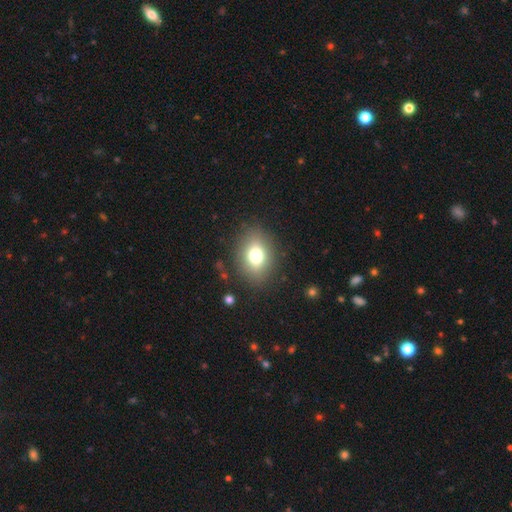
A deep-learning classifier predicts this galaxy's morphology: smooth-or-featured: smooth: 74% | featured or disk: 14% | star or artifact: 12%
  how-rounded: in between: 60% | round: 39% | cigar-shaped: 1%
  merging: none: 86% | minor disturbance: 9% | major disturbance: 4% | merger: 1%